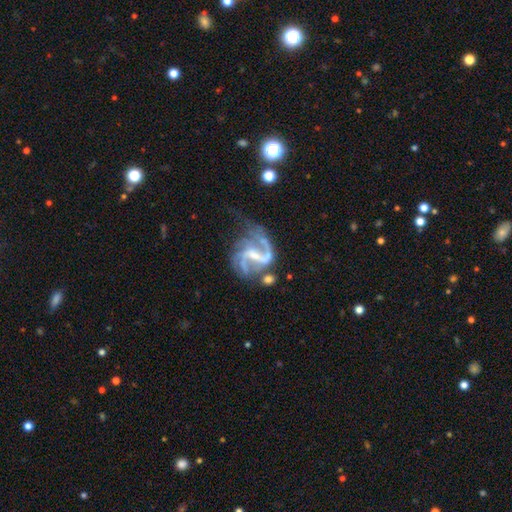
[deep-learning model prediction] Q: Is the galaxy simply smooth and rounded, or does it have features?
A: featured or disk — 89%.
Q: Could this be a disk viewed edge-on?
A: no — 98%.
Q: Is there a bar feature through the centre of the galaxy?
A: weak — 45%.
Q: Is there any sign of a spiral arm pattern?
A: yes — 96%.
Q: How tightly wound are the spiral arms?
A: medium — 46%.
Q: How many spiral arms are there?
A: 2 — 54%.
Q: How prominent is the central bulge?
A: small — 49%.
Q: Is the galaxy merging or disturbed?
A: none — 38%.